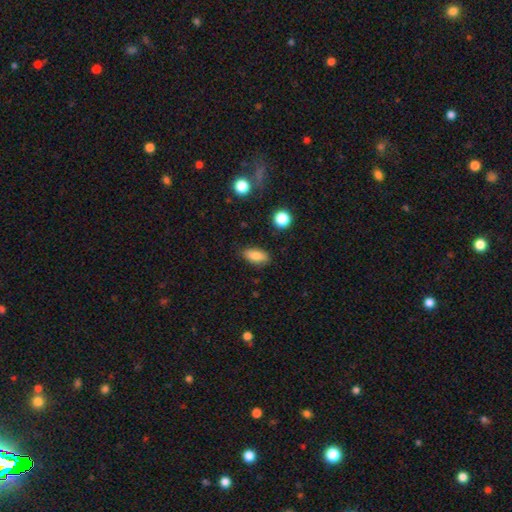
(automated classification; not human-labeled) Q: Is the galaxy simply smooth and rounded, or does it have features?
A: smooth — 85%.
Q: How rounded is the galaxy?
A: in between — 88%.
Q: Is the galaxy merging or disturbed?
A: none — 84%.